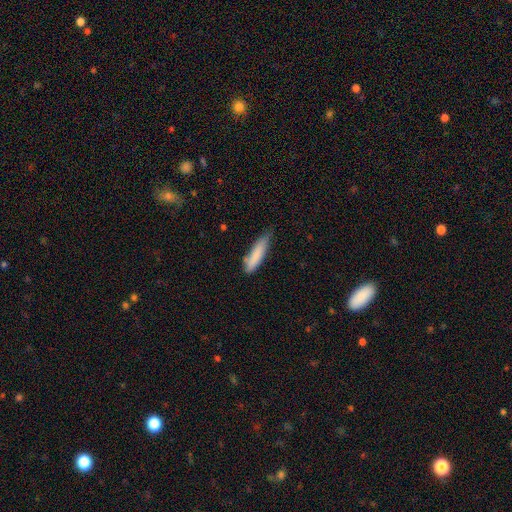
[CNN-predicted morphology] smooth-or-featured: smooth: 82% | featured or disk: 12% | star or artifact: 6%
  how-rounded: cigar-shaped: 77% | in between: 22% | round: 1%
  merging: none: 59% | minor disturbance: 33% | major disturbance: 5% | merger: 3%